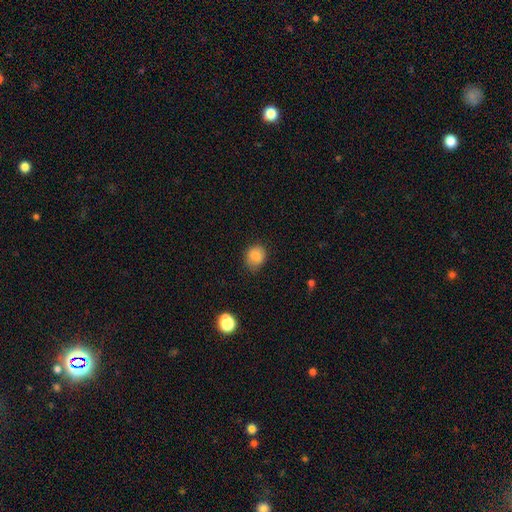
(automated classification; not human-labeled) Smooth or featured?
  - smooth: 84% *
  - star or artifact: 10%
  - featured or disk: 6%
How rounded?
  - round: 69% *
  - in between: 30%
  - cigar-shaped: 1%
Merging?
  - none: 74% *
  - minor disturbance: 20%
  - major disturbance: 4%
  - merger: 1%